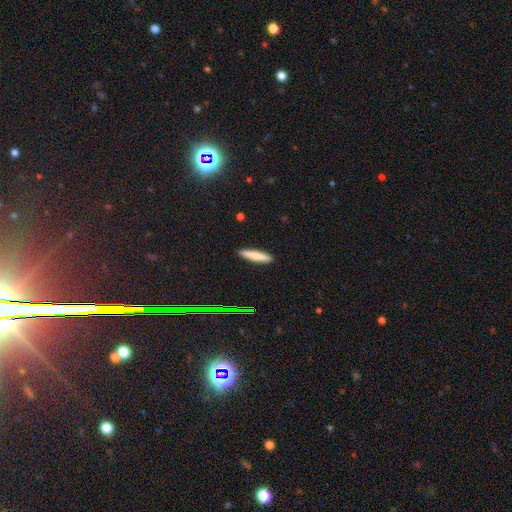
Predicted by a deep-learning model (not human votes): The model was most divided on "smooth or featured": smooth: 76%, featured or disk: 17%, star or artifact: 7%. More confident: merging — none (91%); how rounded — cigar-shaped (86%).